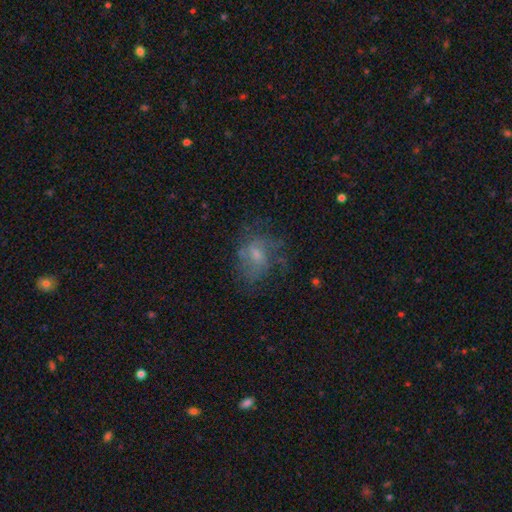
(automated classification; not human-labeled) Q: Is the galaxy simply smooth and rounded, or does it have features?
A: featured or disk — 50%.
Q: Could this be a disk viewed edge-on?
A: no — 96%.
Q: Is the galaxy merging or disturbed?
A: none — 54%.